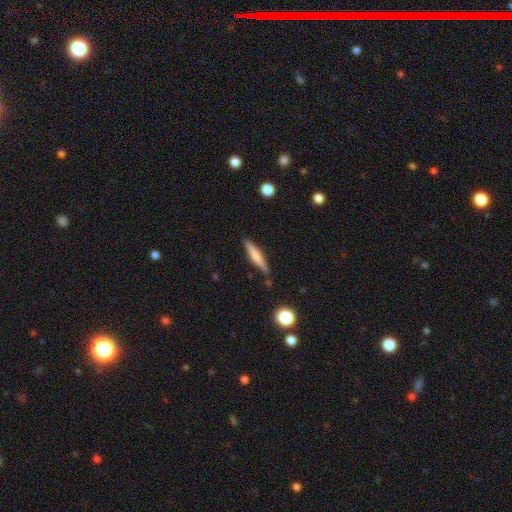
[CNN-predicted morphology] type=smooth (60%); roundness=cigar-shaped (90%); merging=none (85%).